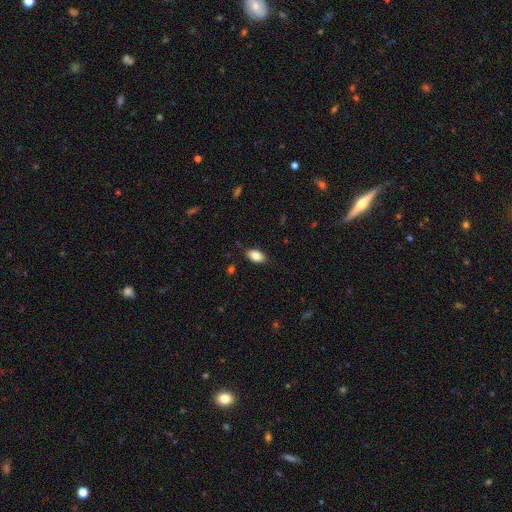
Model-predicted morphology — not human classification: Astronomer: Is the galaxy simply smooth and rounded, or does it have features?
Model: smooth — 84%.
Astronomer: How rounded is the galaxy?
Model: in between — 93%.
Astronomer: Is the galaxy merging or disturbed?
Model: none — 85%.